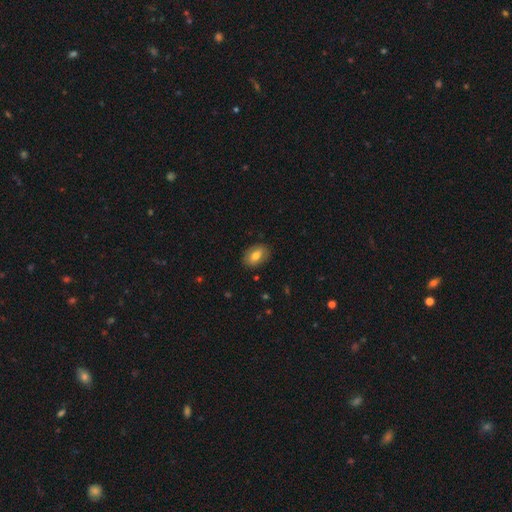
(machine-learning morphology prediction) The model was most divided on "smooth or featured": smooth: 71%, featured or disk: 21%, star or artifact: 8%. More confident: merging — none (85%); how rounded — in between (84%).